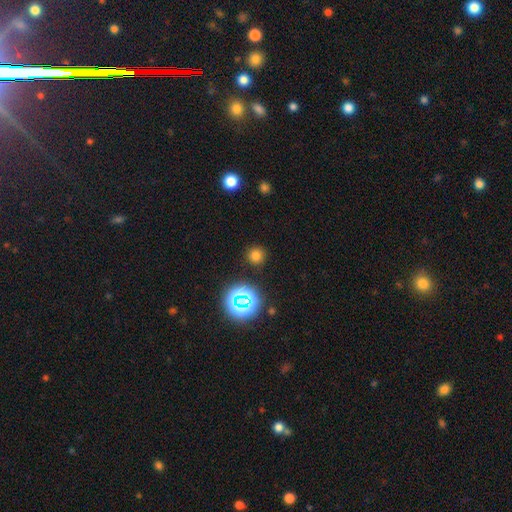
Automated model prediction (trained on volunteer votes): The model was most divided on "smooth or featured": smooth: 70%, star or artifact: 23%, featured or disk: 6%. More confident: how rounded — round (92%); merging — none (89%).